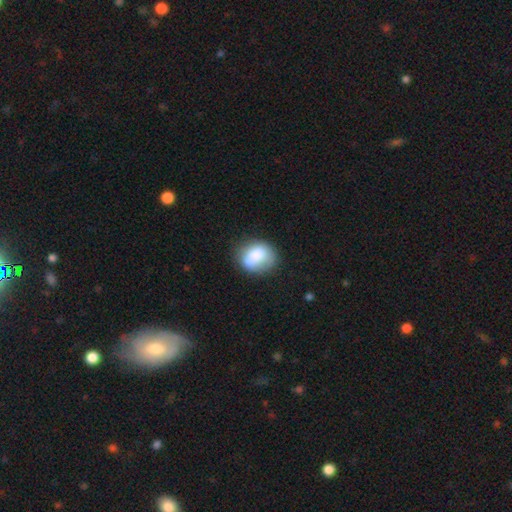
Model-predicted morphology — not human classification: smooth_or_featured: smooth (p=0.77) [alt: featured or disk p=0.15]
how_rounded: round (p=0.54) [alt: in between p=0.45]
merging: none (p=0.64) [alt: minor disturbance p=0.23]